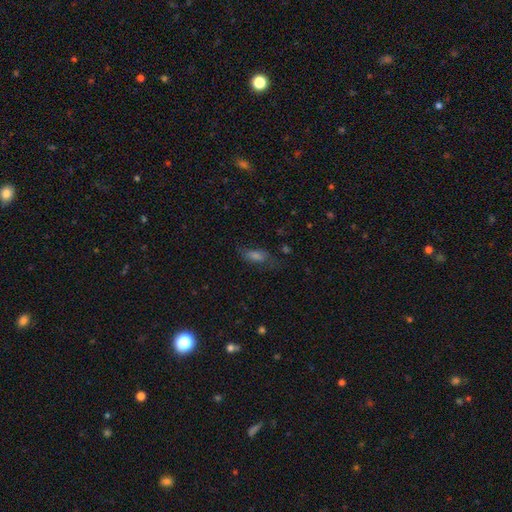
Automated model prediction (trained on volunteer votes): Overall: smooth (50%; featured or disk 26%). Merging: none (62%).